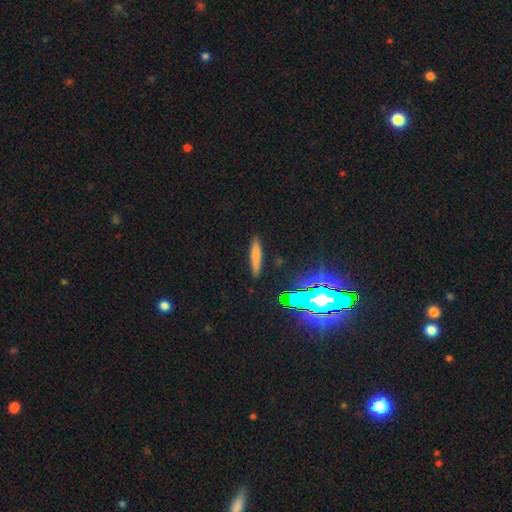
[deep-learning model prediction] Morphology: type=smooth (69%); roundness=cigar-shaped (89%); merging=none (88%).